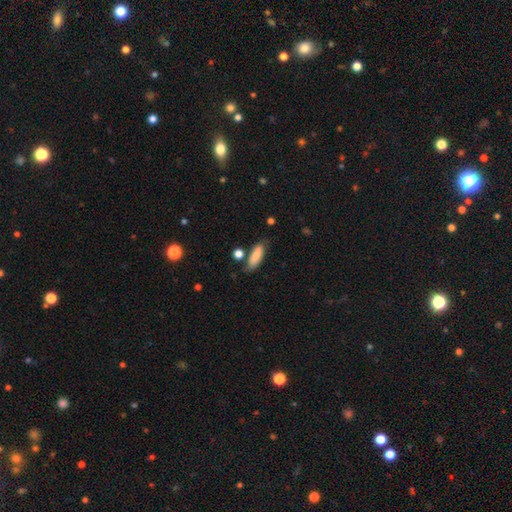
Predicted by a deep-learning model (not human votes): Smooth or featured? smooth (84%)
How rounded? in between (63%)
Merging? none (70%)